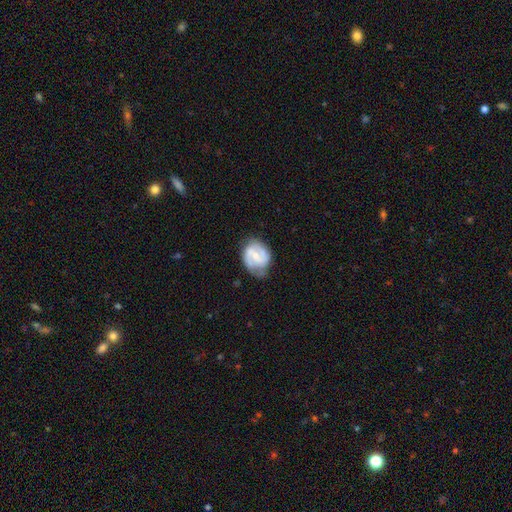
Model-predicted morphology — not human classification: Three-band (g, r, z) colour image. It shows a featured or disk galaxy (72%) with a weak bar (49%), 2 (79%) medium (48%) spiral arms (88%) and a small central bulge (54%). Merging: none (61%).